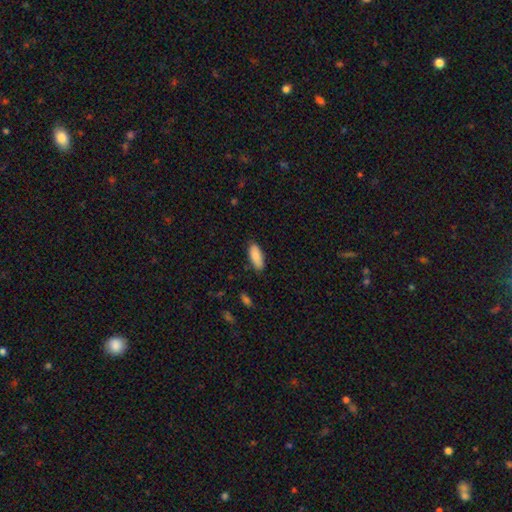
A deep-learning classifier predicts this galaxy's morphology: A smooth galaxy with no disk features (88%) that is in between round and cigar-shaped (77%).

Vote fractions:
- Smooth or featured? smooth: 88% / star or artifact: 6% / featured or disk: 6%
- How rounded? in between: 77% / cigar-shaped: 21% / round: 2%
- Merging? none: 83% / minor disturbance: 13% / major disturbance: 2% / merger: 1%